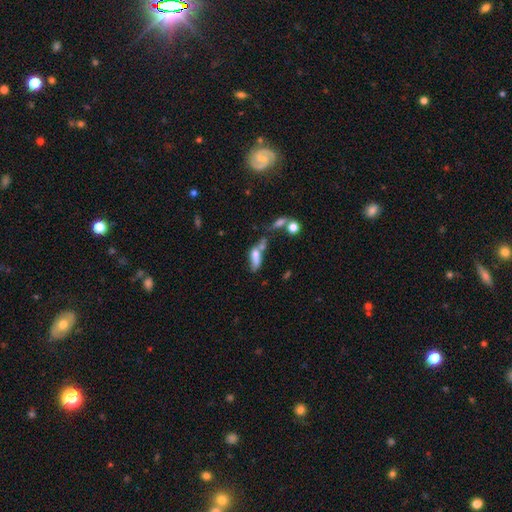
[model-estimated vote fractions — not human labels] Smooth or featured? Predicted: smooth (p=0.62). How rounded? Predicted: in between (p=0.61). Merging? Predicted: merger (p=0.38).